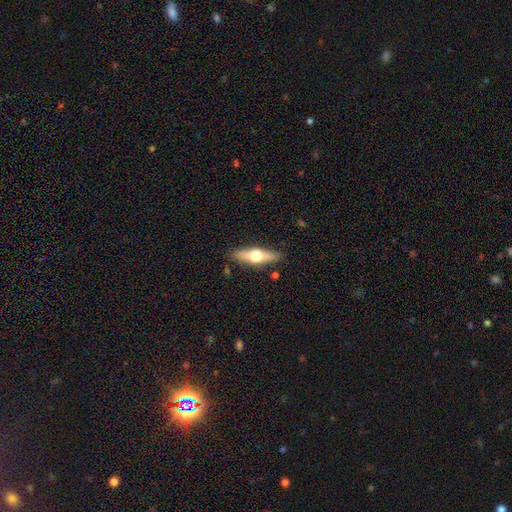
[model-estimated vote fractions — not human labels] Smooth or featured? featured or disk (50%)
Edge-on disk? yes (90%)
Merging? none (87%)